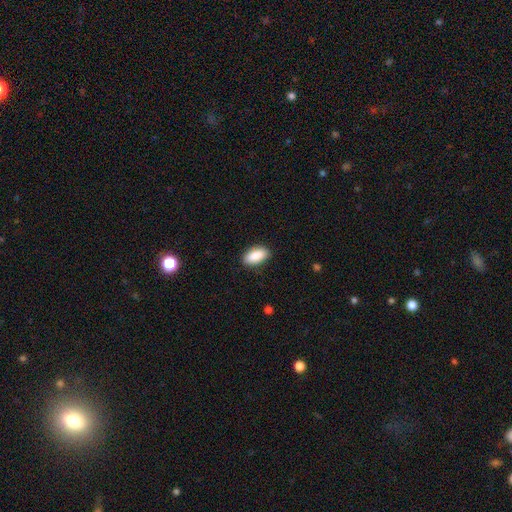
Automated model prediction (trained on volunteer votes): Smooth or featured? smooth (89%)
How rounded? in between (92%)
Merging? none (88%)